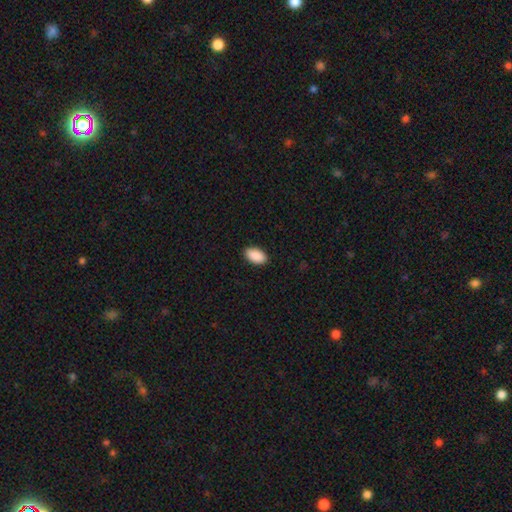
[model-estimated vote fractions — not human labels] Smooth or featured? smooth (91%)
How rounded? in between (95%)
Merging? none (90%)